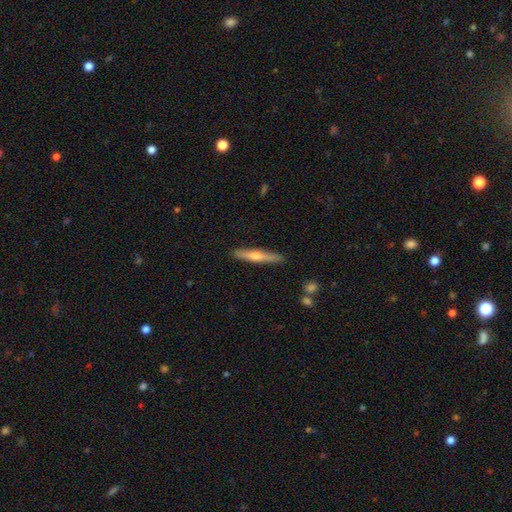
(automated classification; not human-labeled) smooth-or-featured: featured or disk: 52% | smooth: 41% | star or artifact: 6%
  disk-edge-on: yes: 94% | no: 6%
  merging: none: 89% | minor disturbance: 8% | major disturbance: 2% | merger: 1%